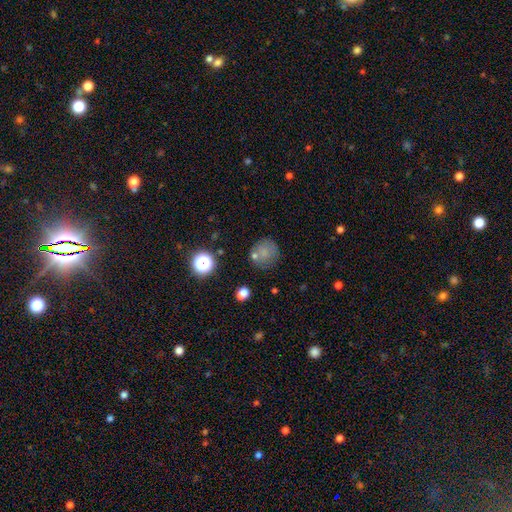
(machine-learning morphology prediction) Smooth or featured? smooth (68%)
How rounded? round (89%)
Merging? none (71%)